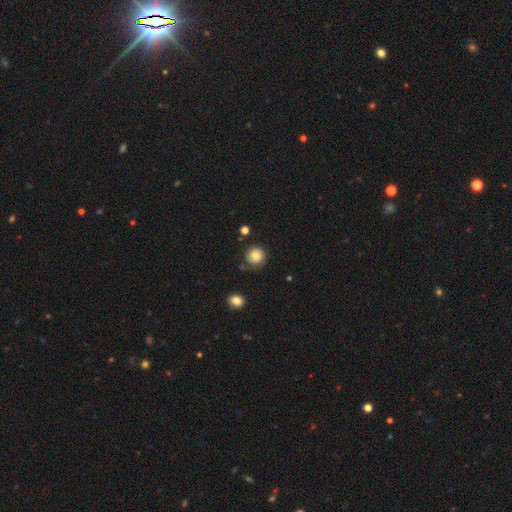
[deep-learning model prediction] The model was most divided on "merging": none: 80%, minor disturbance: 13%, major disturbance: 4%, merger: 3%. More confident: how rounded — round (92%); smooth or featured — smooth (80%).